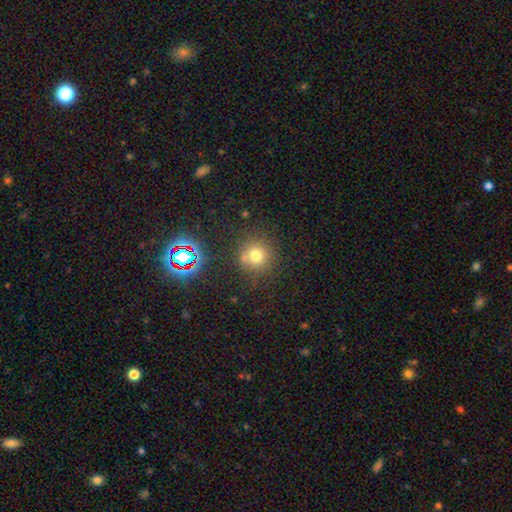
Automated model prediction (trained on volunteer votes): A smooth galaxy with no disk features (71%) that is round (92%).

Vote fractions:
- Smooth or featured? smooth: 71% / star or artifact: 19% / featured or disk: 10%
- How rounded? round: 92% / in between: 7% / cigar-shaped: 1%
- Merging? none: 77% / minor disturbance: 12% / merger: 7% / major disturbance: 4%